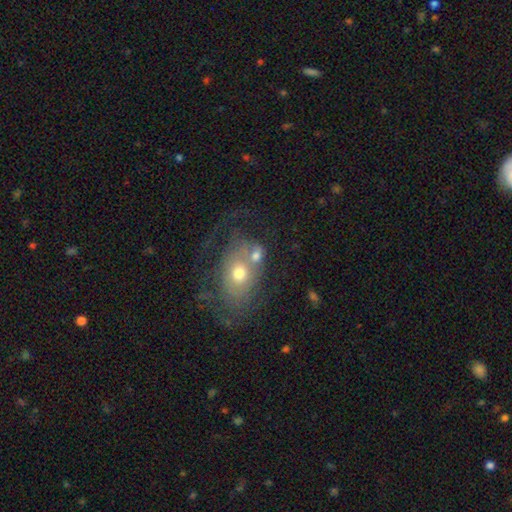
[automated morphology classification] Q: Smooth or featured?
A: smooth (45%); runner-up: featured or disk (42%)
Q: Merging?
A: none (34%); runner-up: merger (32%)